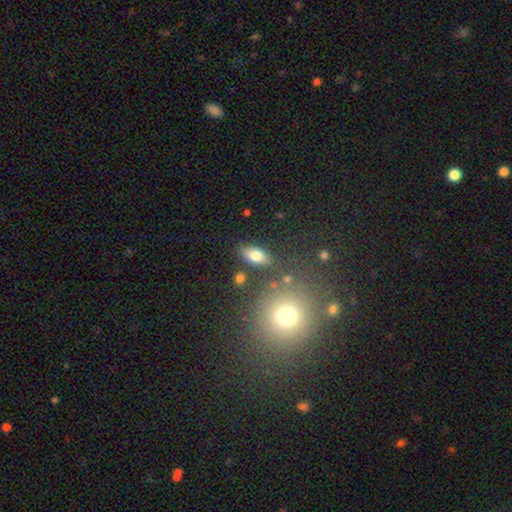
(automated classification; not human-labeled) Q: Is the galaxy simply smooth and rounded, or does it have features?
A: smooth — 77%.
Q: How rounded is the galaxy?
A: in between — 87%.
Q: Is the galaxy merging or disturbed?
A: none — 81%.